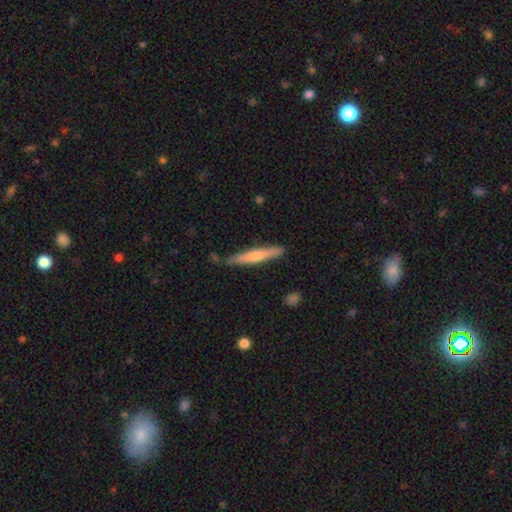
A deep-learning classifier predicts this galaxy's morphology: A smooth galaxy with no disk features (55%) that is cigar-shaped (93%). Merging: none (82%).